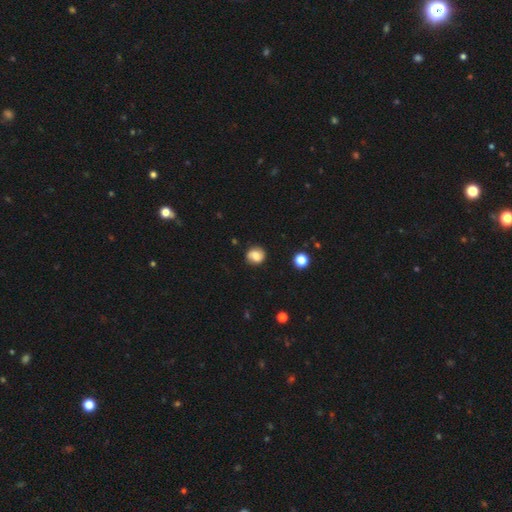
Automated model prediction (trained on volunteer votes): smooth-or-featured: smooth: 62% | featured or disk: 28% | star or artifact: 10%
  how-rounded: round: 78% | in between: 21% | cigar-shaped: 1%
  merging: none: 76% | minor disturbance: 17% | major disturbance: 5% | merger: 2%